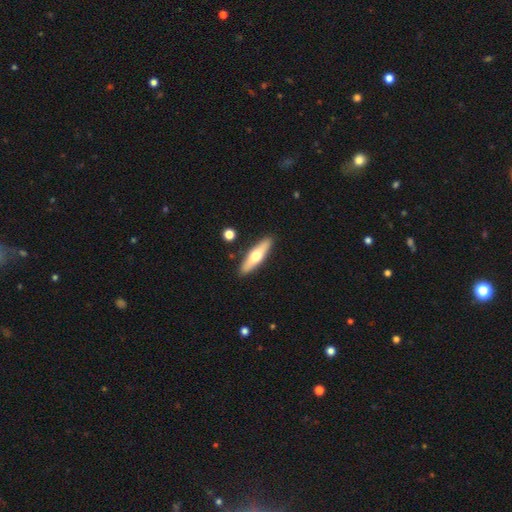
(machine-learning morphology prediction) smooth_or_featured: smooth (p=0.50) [alt: featured or disk p=0.45]
how_rounded: cigar-shaped (p=0.72) [alt: in between p=0.26]
merging: none (p=0.89) [alt: minor disturbance p=0.07]